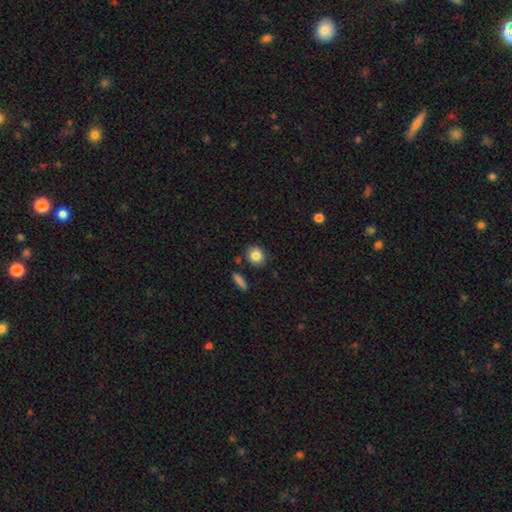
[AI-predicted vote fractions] Q: Smooth or featured?
A: smooth (84%); runner-up: star or artifact (9%)
Q: How rounded?
A: round (73%); runner-up: in between (25%)
Q: Merging?
A: none (84%); runner-up: minor disturbance (9%)